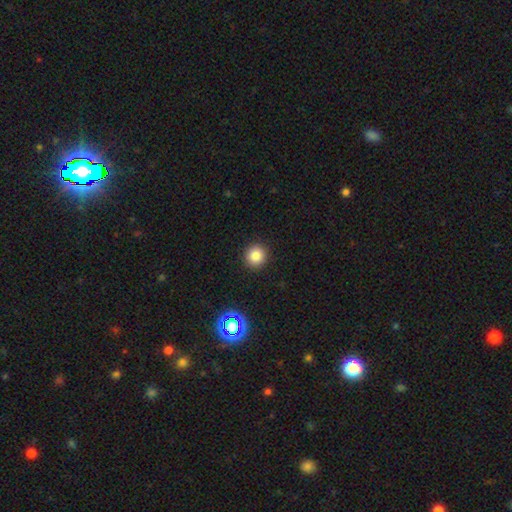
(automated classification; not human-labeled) smooth_or_featured: smooth (p=0.84) [alt: star or artifact p=0.12]
how_rounded: round (p=0.92) [alt: in between p=0.07]
merging: none (p=0.91) [alt: minor disturbance p=0.06]